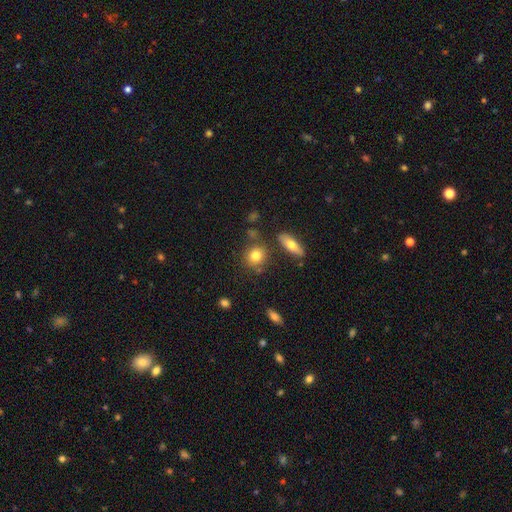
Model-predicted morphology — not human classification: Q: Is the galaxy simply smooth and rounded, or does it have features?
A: smooth — 79%.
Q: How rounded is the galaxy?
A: round — 72%.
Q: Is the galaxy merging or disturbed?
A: none — 75%.